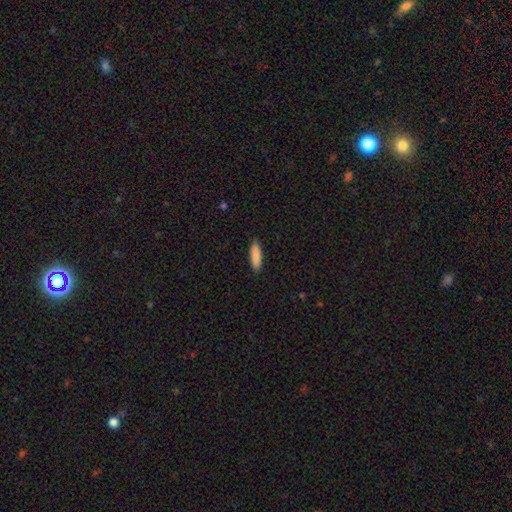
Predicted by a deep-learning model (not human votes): Morphology: type=smooth (89%); roundness=cigar-shaped (56%); merging=none (89%).